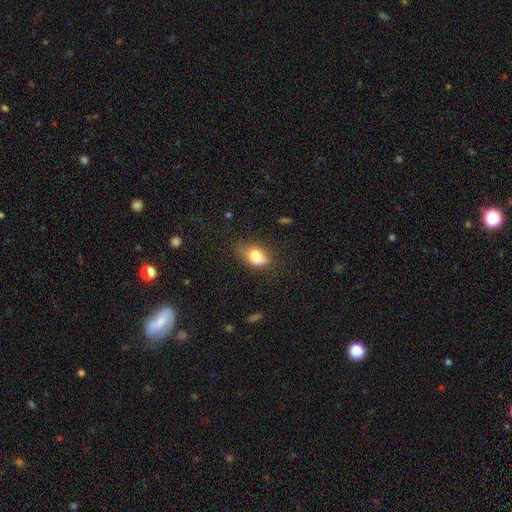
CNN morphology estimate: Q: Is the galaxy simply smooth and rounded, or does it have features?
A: smooth — 76%.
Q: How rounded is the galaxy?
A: in between — 80%.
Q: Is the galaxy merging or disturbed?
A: none — 44%.